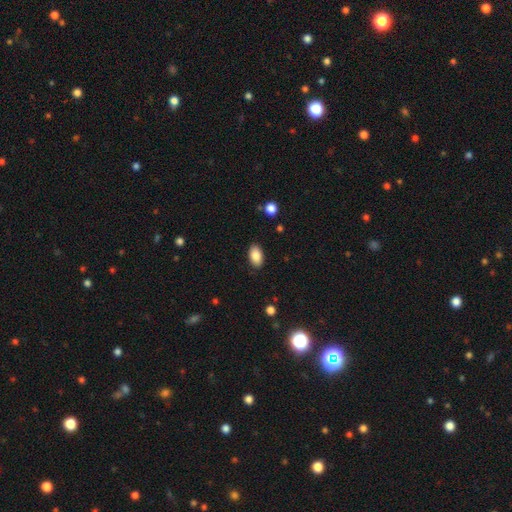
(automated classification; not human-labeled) A smooth galaxy with no disk features (86%) that is in between round and cigar-shaped (93%).

Vote fractions:
- Smooth or featured? smooth: 86% / star or artifact: 7% / featured or disk: 7%
- How rounded? in between: 93% / round: 5% / cigar-shaped: 2%
- Merging? none: 88% / minor disturbance: 9% / major disturbance: 2% / merger: 1%